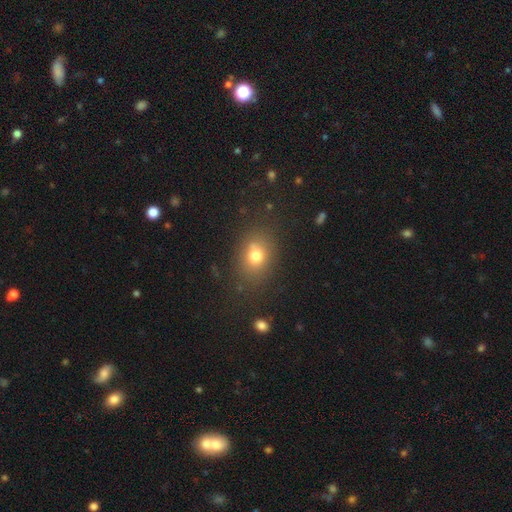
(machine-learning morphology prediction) Smooth or featured?
  - smooth: 74% *
  - star or artifact: 14%
  - featured or disk: 12%
How rounded?
  - in between: 53% *
  - round: 45%
  - cigar-shaped: 1%
Merging?
  - none: 73% *
  - minor disturbance: 15%
  - major disturbance: 6%
  - merger: 6%